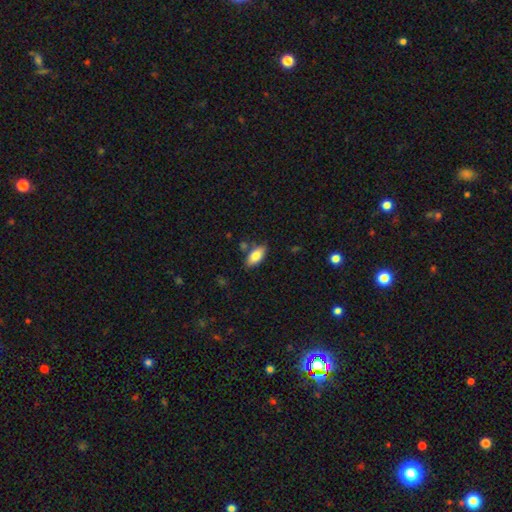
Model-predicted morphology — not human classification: Smooth or featured? Predicted: smooth (p=0.79). How rounded? Predicted: in between (p=0.90). Merging? Predicted: none (p=0.79).